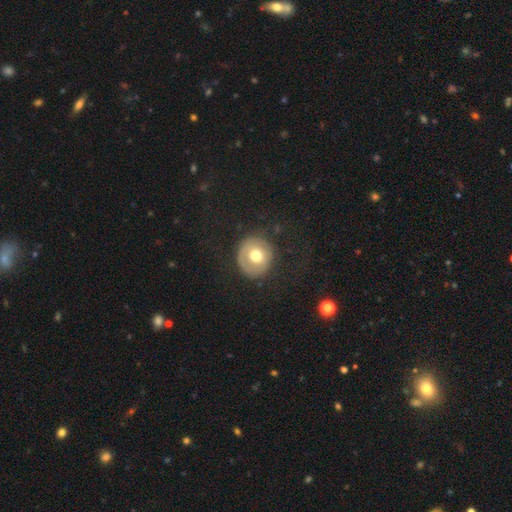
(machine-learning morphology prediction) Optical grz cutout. It shows a smooth galaxy with no disk features (62%) that is round (89%). Merging: none (80%).